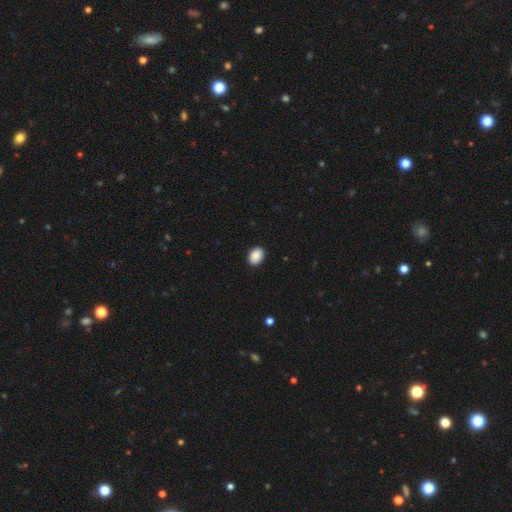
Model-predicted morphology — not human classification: Q: Smooth or featured?
A: smooth (89%); runner-up: star or artifact (7%)
Q: How rounded?
A: in between (74%); runner-up: round (25%)
Q: Merging?
A: none (91%); runner-up: minor disturbance (7%)